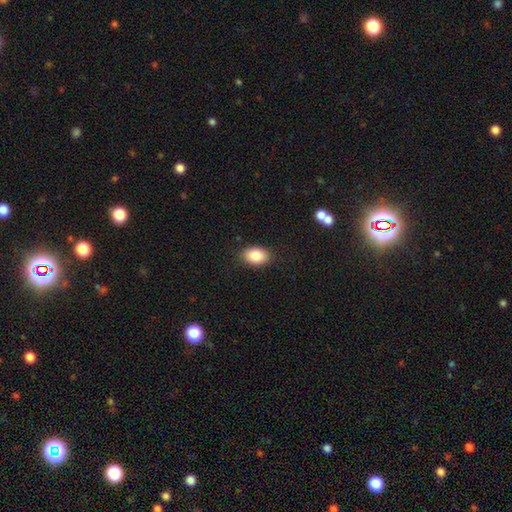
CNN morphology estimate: This appears to be a smooth galaxy with no disk features (86%) that is in between round and cigar-shaped (86%). Merging: none (87%).